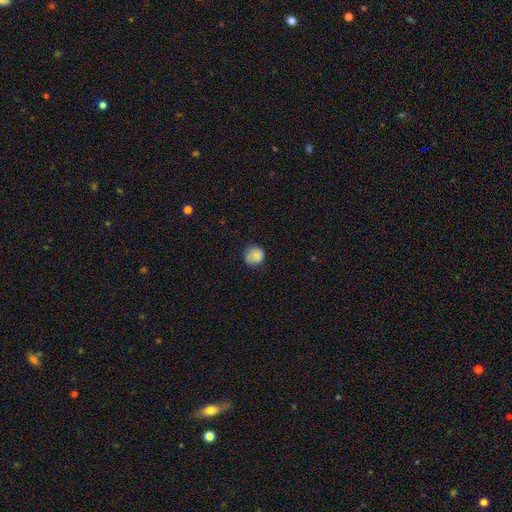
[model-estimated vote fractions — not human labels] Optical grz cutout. It shows a smooth galaxy with no disk features (84%) that is round (86%). Merging: none (75%).